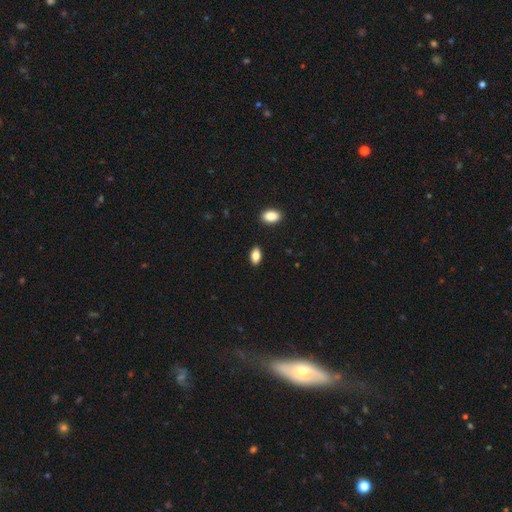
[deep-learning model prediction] A smooth galaxy with no disk features (83%) that is in between round and cigar-shaped (90%). Merging: none (88%).